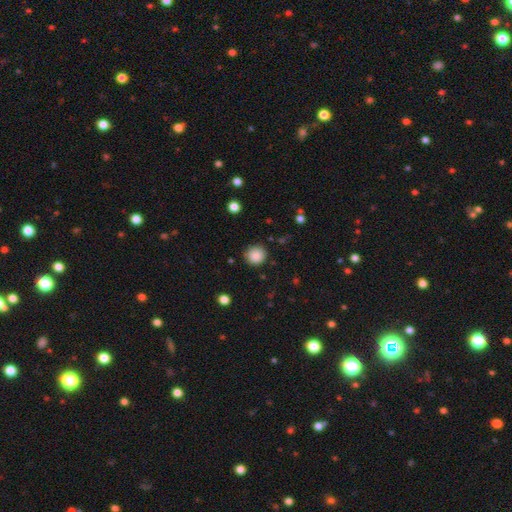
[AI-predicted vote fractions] This appears to be a smooth galaxy with no disk features (87%) that is round (91%). Merging: none (87%).